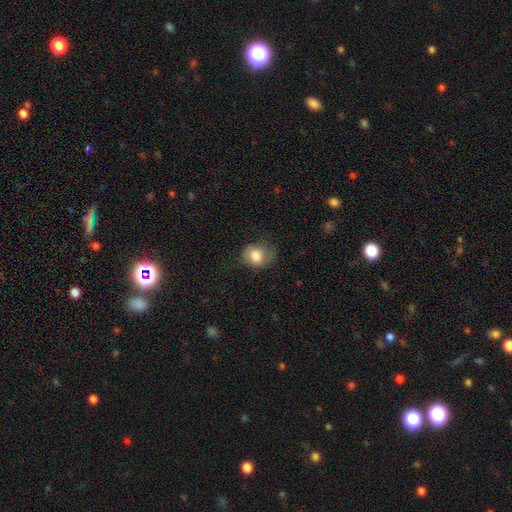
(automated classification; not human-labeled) This appears to be a smooth galaxy with no disk features (80%) that is round (57%). Merging: none (58%).